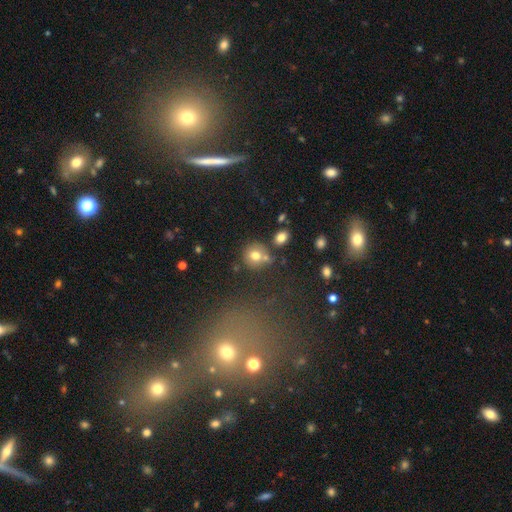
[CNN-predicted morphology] type=smooth (73%); roundness=round (85%); merging=none (64%).